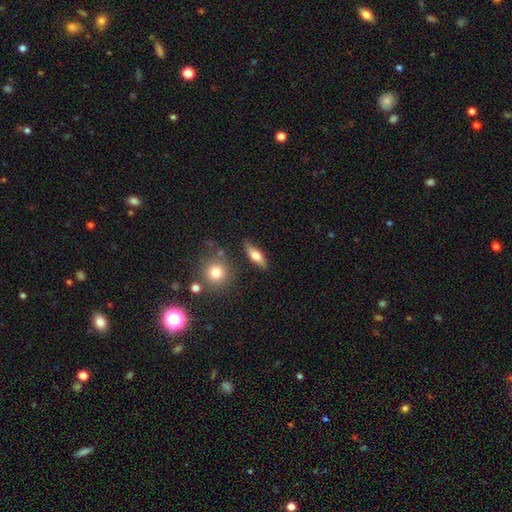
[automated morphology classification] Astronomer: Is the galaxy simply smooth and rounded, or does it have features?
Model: smooth — 61%.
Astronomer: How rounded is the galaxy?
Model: in between — 54% (runner-up: cigar-shaped, 40%).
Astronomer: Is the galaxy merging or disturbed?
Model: none — 82%.